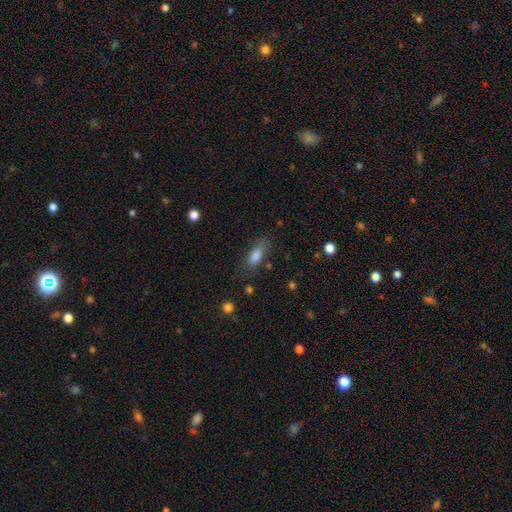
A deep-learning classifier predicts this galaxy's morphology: A smooth galaxy with no disk features (80%) that is in between round and cigar-shaped (66%). Merging: none (71%).